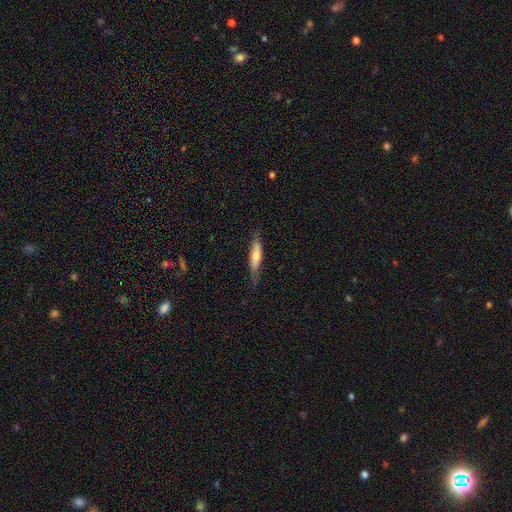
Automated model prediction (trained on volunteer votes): smooth_or_featured: smooth (p=0.61) [alt: featured or disk p=0.33]
how_rounded: cigar-shaped (p=0.73) [alt: in between p=0.26]
merging: none (p=0.71) [alt: minor disturbance p=0.23]